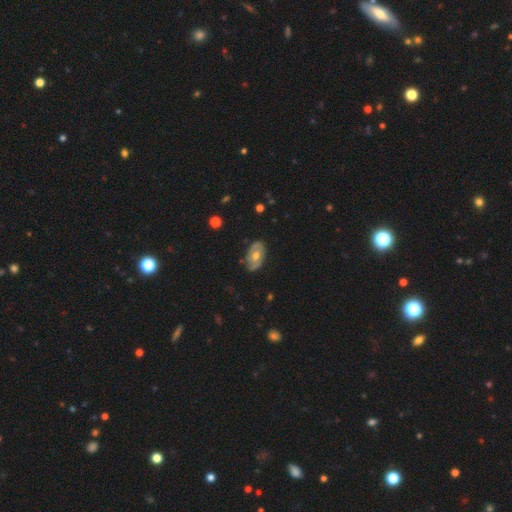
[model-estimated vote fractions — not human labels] Morphology: type=featured or disk (62%); edge-on=no (93%); bar=no (67%); spiral arms=yes (64%); bulge=moderate (74%); merging=none (76%).